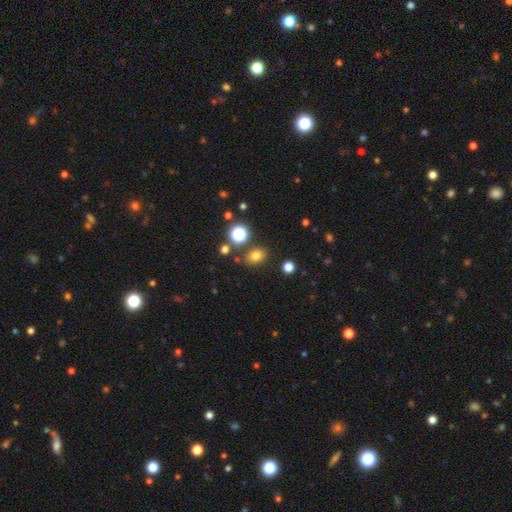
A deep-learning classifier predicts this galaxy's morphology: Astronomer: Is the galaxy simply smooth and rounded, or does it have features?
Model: smooth — 75%.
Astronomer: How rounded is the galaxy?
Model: in between — 59% (runner-up: round, 40%).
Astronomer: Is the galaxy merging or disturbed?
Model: none — 81%.